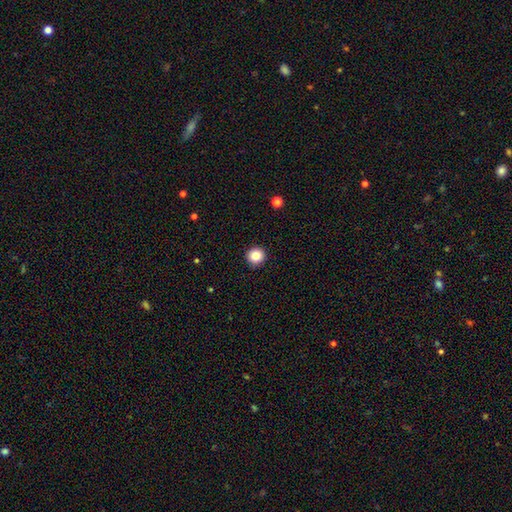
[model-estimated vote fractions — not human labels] smooth-or-featured: smooth: 85% | star or artifact: 10% | featured or disk: 5%
  how-rounded: round: 94% | in between: 5% | cigar-shaped: 1%
  merging: none: 93% | minor disturbance: 5% | major disturbance: 2% | merger: 1%